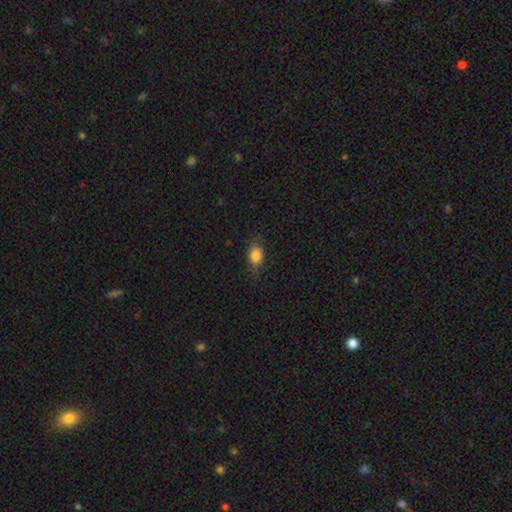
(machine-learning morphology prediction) Smooth or featured? Predicted: smooth (p=0.83). How rounded? Predicted: in between (p=0.77). Merging? Predicted: none (p=0.74).